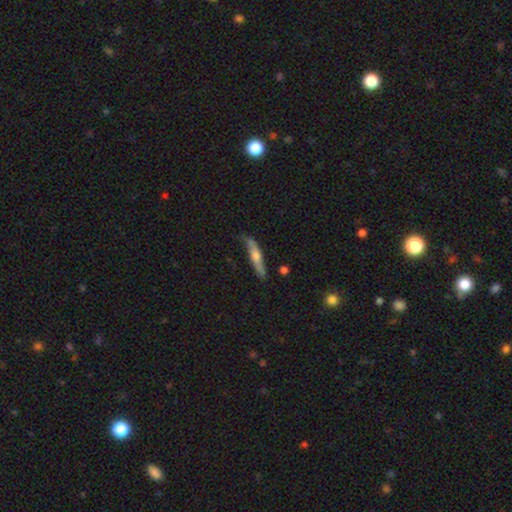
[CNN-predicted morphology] Q: Smooth or featured?
A: featured or disk (53%); runner-up: smooth (41%)
Q: Edge-on disk?
A: yes (82%); runner-up: no (18%)
Q: Merging?
A: none (66%); runner-up: minor disturbance (26%)